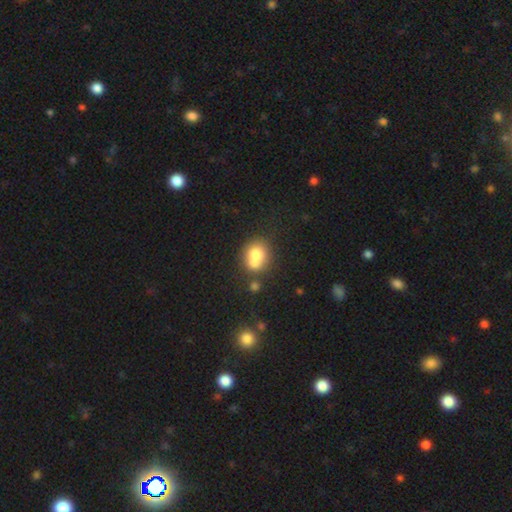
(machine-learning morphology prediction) A smooth galaxy with no disk features (73%) that is round (61%).

Vote fractions:
- Smooth or featured? smooth: 73% / featured or disk: 17% / star or artifact: 10%
- How rounded? round: 61% / in between: 38% / cigar-shaped: 1%
- Merging? merger: 41% / none: 40% / minor disturbance: 14% / major disturbance: 5%